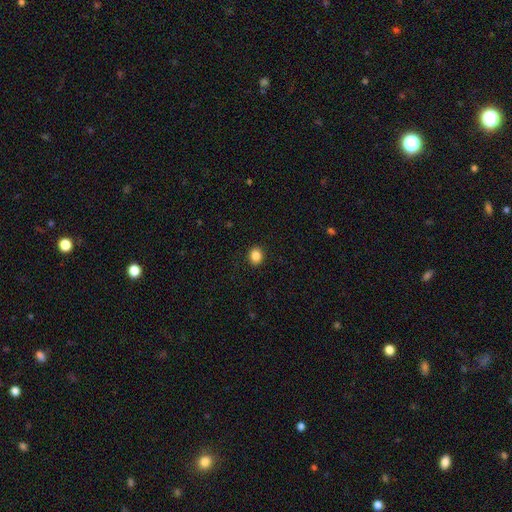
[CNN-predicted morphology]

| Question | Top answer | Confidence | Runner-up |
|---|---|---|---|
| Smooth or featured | smooth | 87% | star or artifact (10%) |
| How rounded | round | 63% | in between (36%) |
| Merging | none | 91% | minor disturbance (6%) |